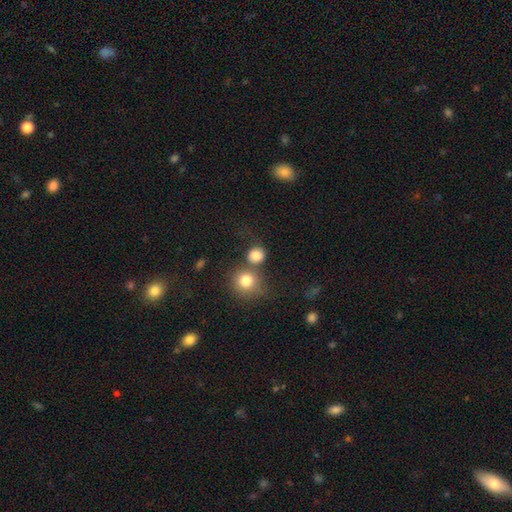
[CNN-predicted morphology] smooth_or_featured: smooth (p=0.83) [alt: star or artifact p=0.11]
how_rounded: round (p=0.81) [alt: in between p=0.18]
merging: none (p=0.55) [alt: merger p=0.26]